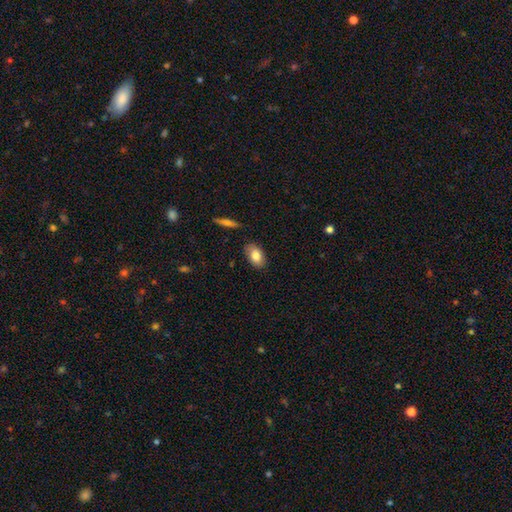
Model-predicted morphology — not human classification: Smooth or featured?
  - smooth: 81% *
  - featured or disk: 13%
  - star or artifact: 7%
How rounded?
  - in between: 90% *
  - round: 8%
  - cigar-shaped: 2%
Merging?
  - none: 85% *
  - minor disturbance: 11%
  - major disturbance: 2%
  - merger: 2%